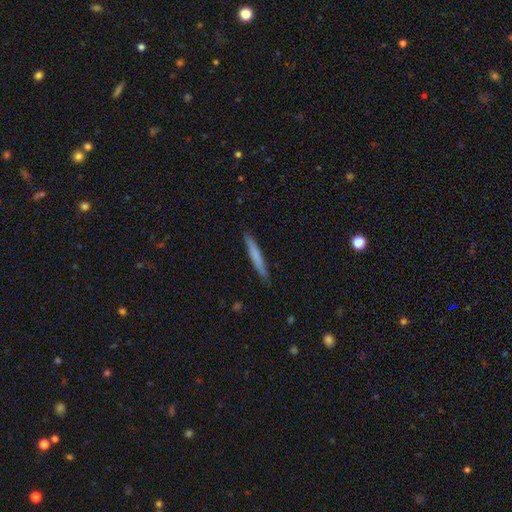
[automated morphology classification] This appears to be a smooth galaxy with no disk features (69%) that is cigar-shaped (95%). Merging: none (86%).